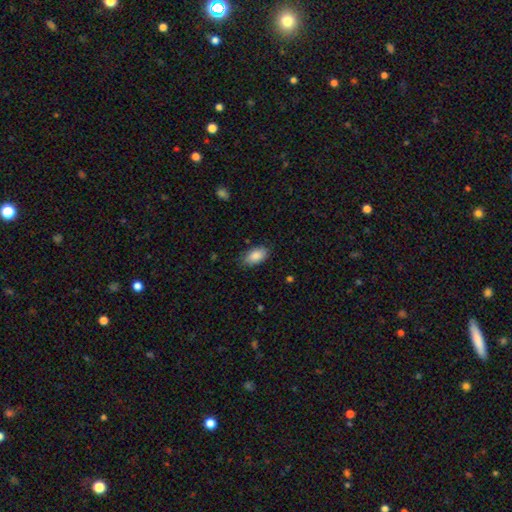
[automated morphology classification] Smooth or featured?
  - smooth: 87% *
  - star or artifact: 7%
  - featured or disk: 6%
How rounded?
  - in between: 94% *
  - round: 4%
  - cigar-shaped: 3%
Merging?
  - none: 81% *
  - minor disturbance: 15%
  - major disturbance: 3%
  - merger: 1%